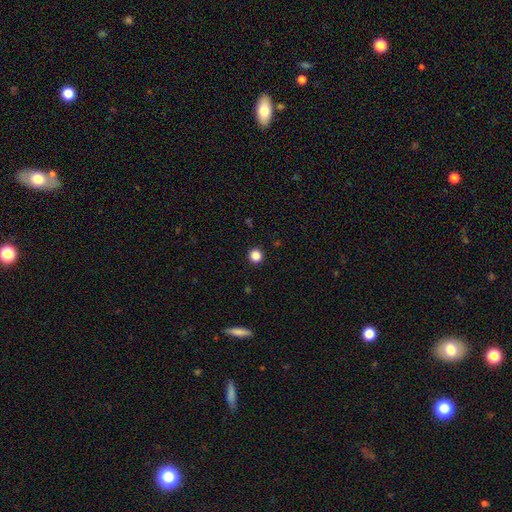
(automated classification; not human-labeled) Smooth or featured: smooth — 86% (star or artifact — 11%)
How rounded: round — 94% (in between — 5%)
Merging: none — 93% (minor disturbance — 5%)